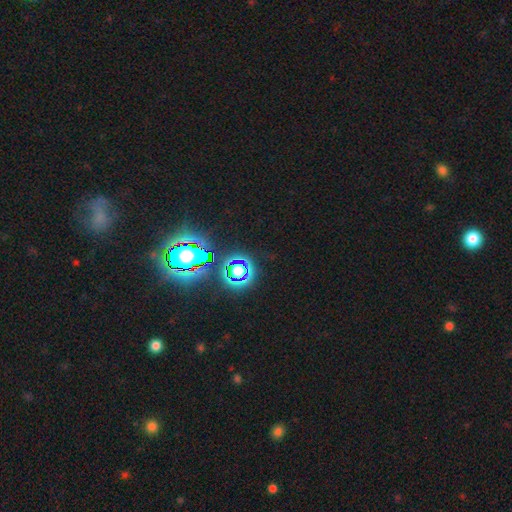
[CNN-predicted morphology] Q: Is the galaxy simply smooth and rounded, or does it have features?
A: star or artifact — 81%.